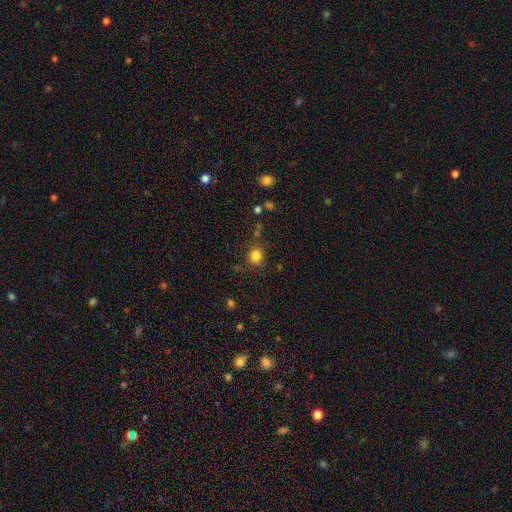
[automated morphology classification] Smooth or featured: smooth — 83% (star or artifact — 13%)
How rounded: round — 86% (in between — 13%)
Merging: none — 82% (minor disturbance — 11%)